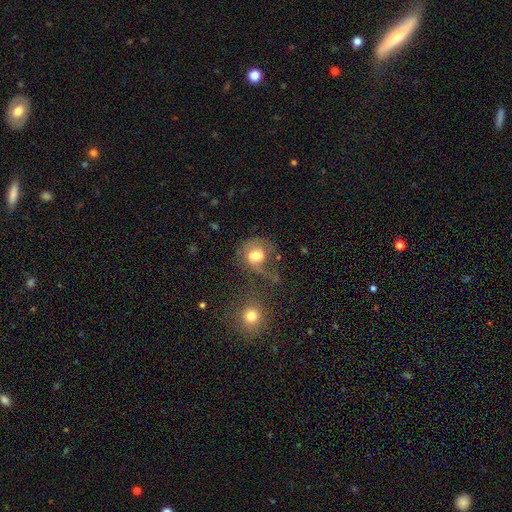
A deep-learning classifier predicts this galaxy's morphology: Smooth or featured: smooth — 56% (featured or disk — 33%)
How rounded: round — 66% (in between — 33%)
Merging: major disturbance — 35% (none — 32%)